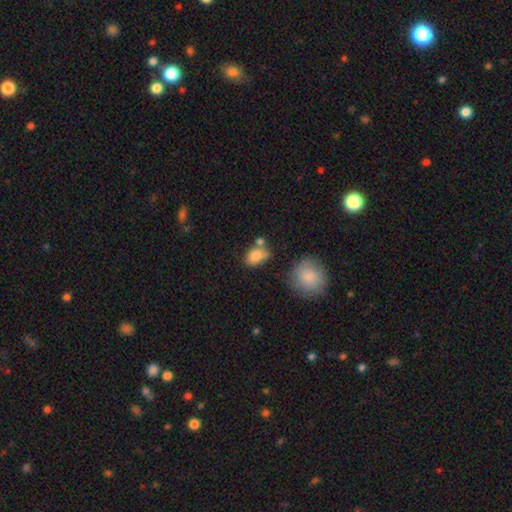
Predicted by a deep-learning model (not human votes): Smooth or featured?
  - smooth: 81% *
  - featured or disk: 10%
  - star or artifact: 9%
How rounded?
  - in between: 77% *
  - round: 21%
  - cigar-shaped: 2%
Merging?
  - none: 55% *
  - merger: 20%
  - minor disturbance: 19%
  - major disturbance: 6%